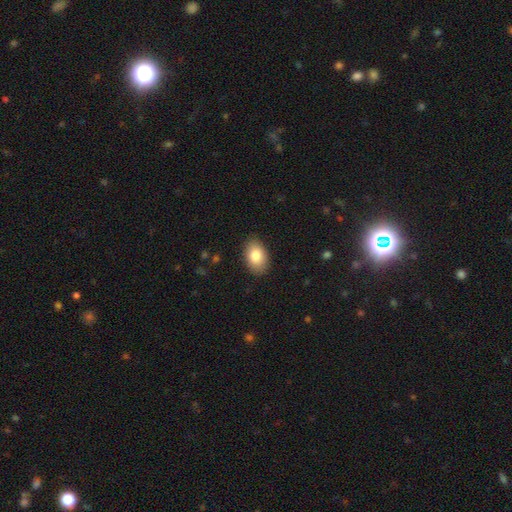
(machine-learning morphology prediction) Smooth or featured? Predicted: smooth (p=0.83). How rounded? Predicted: in between (p=0.89). Merging? Predicted: none (p=0.87).